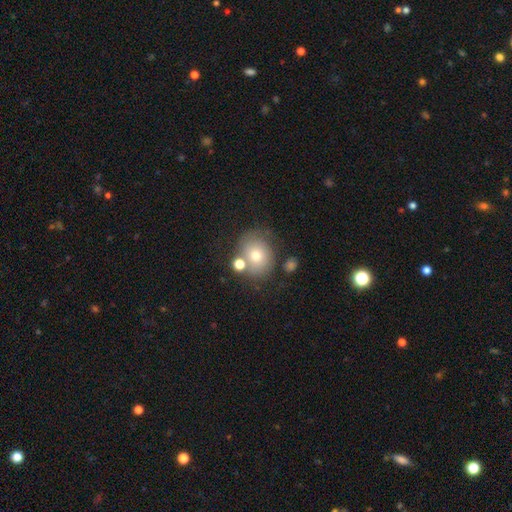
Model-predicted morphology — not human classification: The model was most divided on "how rounded": round: 67%, in between: 32%, cigar-shaped: 1%. More confident: smooth or featured — smooth (65%); merging — none (59%).